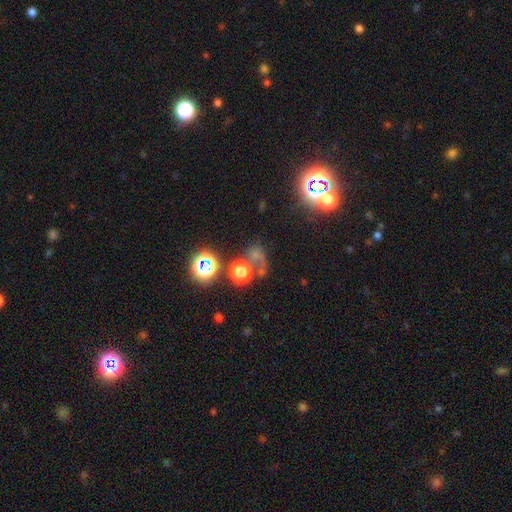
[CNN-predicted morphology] Smooth or featured? smooth (50%)
How rounded? round (80%)
Merging? none (46%)